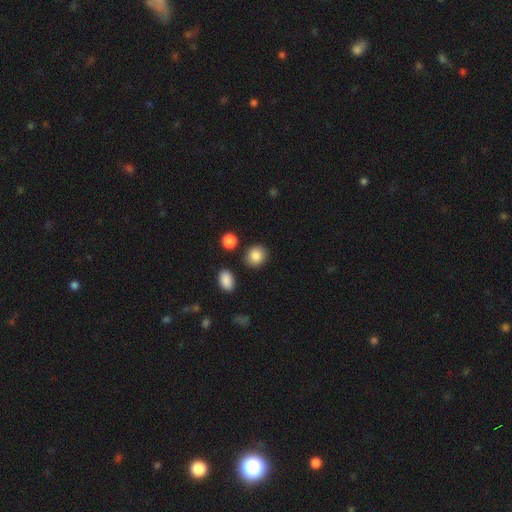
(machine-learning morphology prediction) This appears to be a smooth galaxy with no disk features (86%) that is round (74%). Merging: none (85%).